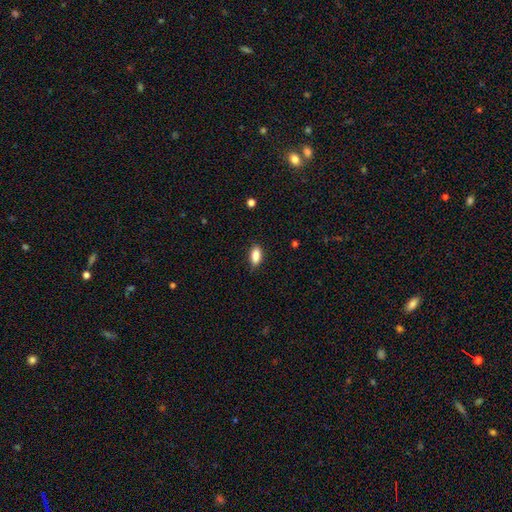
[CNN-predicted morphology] Smooth or featured?
  - smooth: 86% *
  - star or artifact: 7%
  - featured or disk: 6%
How rounded?
  - in between: 85% *
  - cigar-shaped: 11%
  - round: 3%
Merging?
  - none: 85% *
  - minor disturbance: 12%
  - major disturbance: 2%
  - merger: 1%